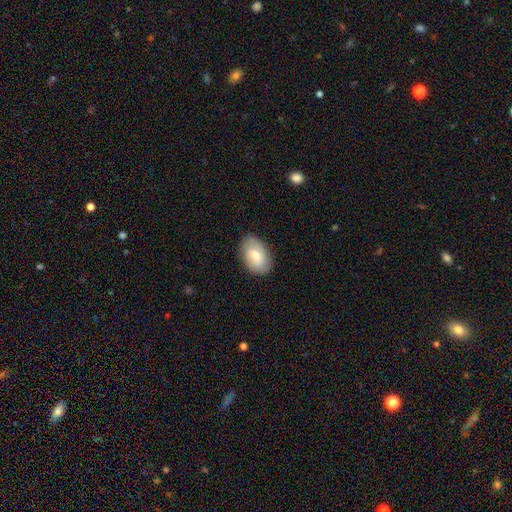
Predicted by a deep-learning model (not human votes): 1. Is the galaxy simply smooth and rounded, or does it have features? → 68% smooth, 26% featured or disk, 7% star or artifact.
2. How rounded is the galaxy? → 88% in between, 11% round, 1% cigar-shaped.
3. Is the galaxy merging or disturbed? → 82% none, 14% minor disturbance, 3% major disturbance, 1% merger.